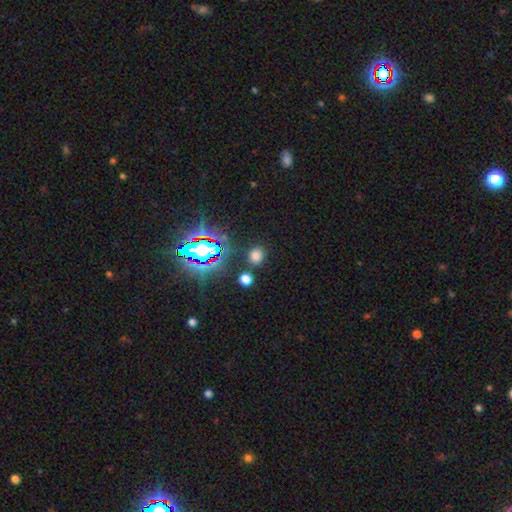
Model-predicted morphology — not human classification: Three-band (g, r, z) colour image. It shows a smooth galaxy with no disk features (68%) that is round (74%). Merging: none (83%).